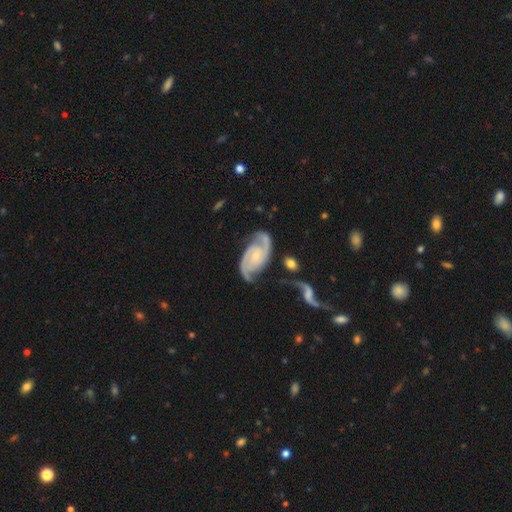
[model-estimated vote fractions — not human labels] Smooth or featured? featured or disk (92%)
Edge-on disk? no (97%)
Bar? no (62%)
Spiral arms? yes (98%)
Spiral winding? medium (51%)
Spiral arm count? 2 (91%)
Bulge size? small (67%)
Merging? none (68%)